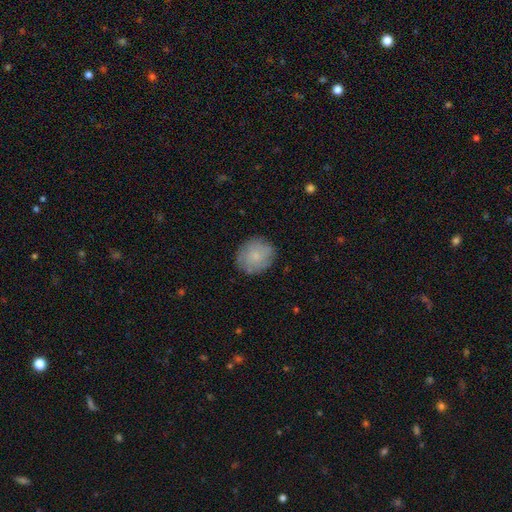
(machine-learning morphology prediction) Smooth or featured: smooth — 75% (featured or disk — 18%)
How rounded: round — 77% (in between — 22%)
Merging: none — 82% (minor disturbance — 13%)